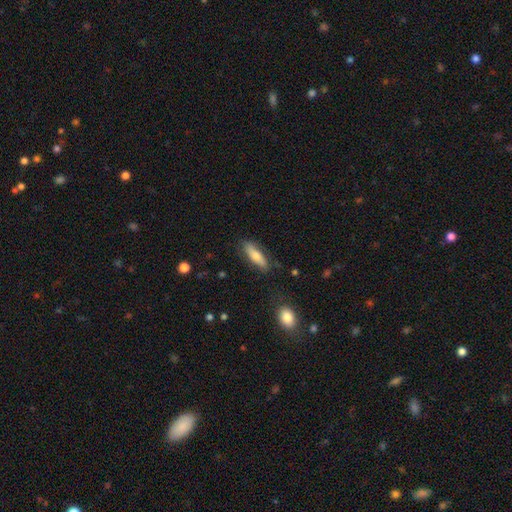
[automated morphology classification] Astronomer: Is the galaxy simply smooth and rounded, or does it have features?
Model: smooth — 71%.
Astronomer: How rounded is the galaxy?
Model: cigar-shaped — 58% (runner-up: in between, 40%).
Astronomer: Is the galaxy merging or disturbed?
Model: none — 80%.